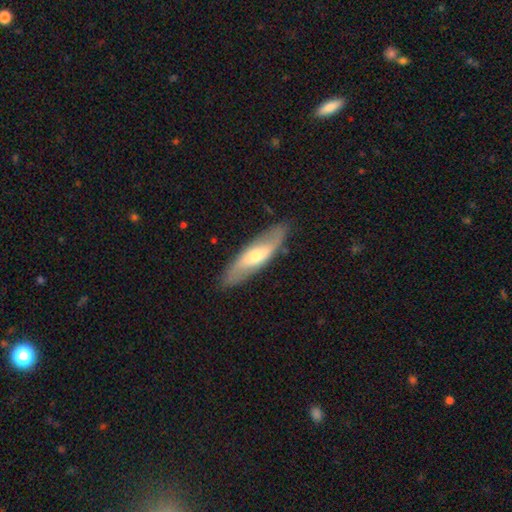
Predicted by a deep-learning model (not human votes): This appears to be a featured or disk galaxy (53%). Merging: none (85%).